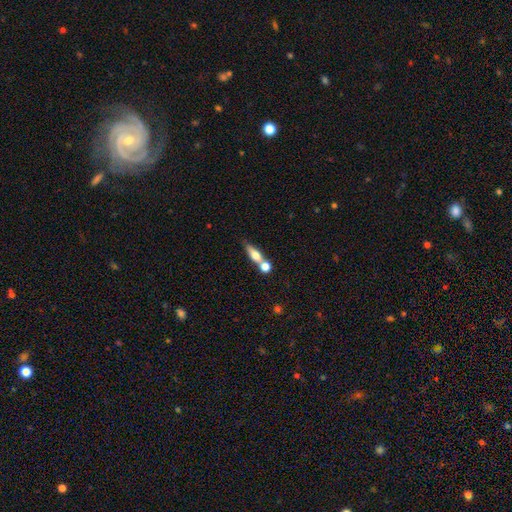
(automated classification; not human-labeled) Smooth or featured: smooth — 61% (featured or disk — 31%)
How rounded: in between — 47% (cigar-shaped — 40%)
Merging: merger — 45% (none — 40%)